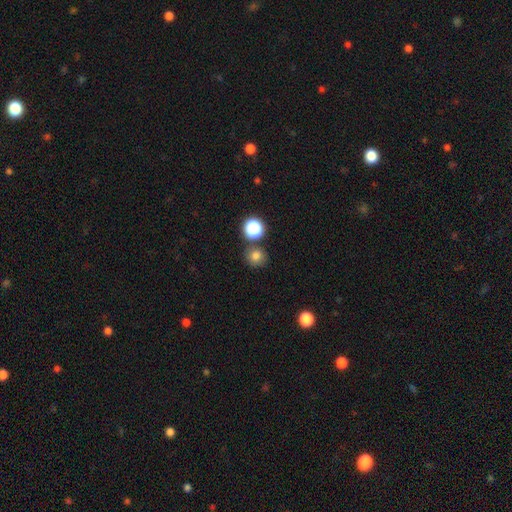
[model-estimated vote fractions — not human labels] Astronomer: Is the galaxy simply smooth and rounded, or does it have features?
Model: smooth — 77%.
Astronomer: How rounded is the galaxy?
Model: round — 87%.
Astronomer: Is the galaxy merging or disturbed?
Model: none — 79%.